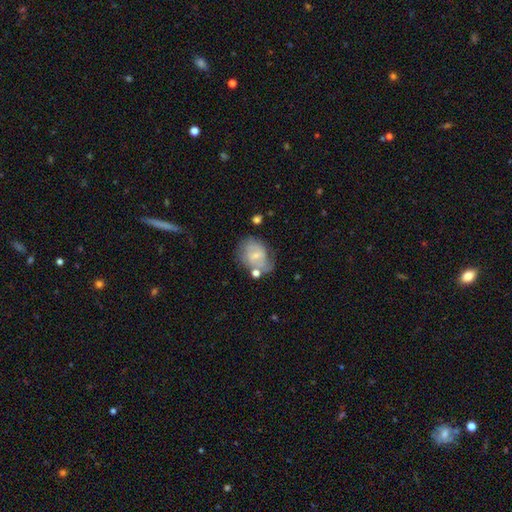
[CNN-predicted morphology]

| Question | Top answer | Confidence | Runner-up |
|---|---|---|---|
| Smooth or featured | featured or disk | 55% | smooth (38%) |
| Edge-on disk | no | 97% | yes (3%) |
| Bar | weak | 47% | no (43%) |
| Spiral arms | yes | 74% | no (26%) |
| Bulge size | small | 64% | moderate (26%) |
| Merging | none | 51% | minor disturbance (26%) |